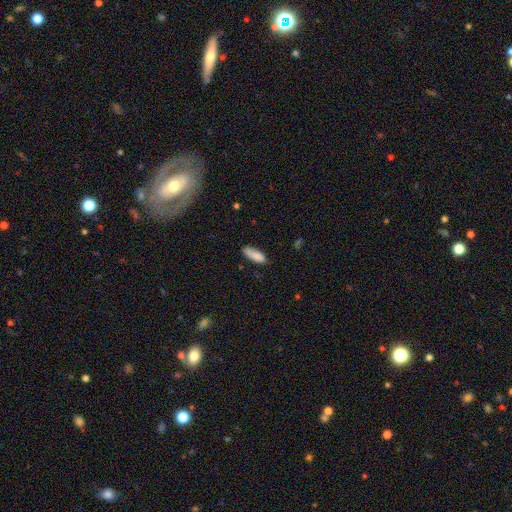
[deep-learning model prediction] The model was most divided on "how rounded": in between: 62%, cigar-shaped: 37%, round: 2%. More confident: smooth or featured — smooth (86%); merging — none (68%).